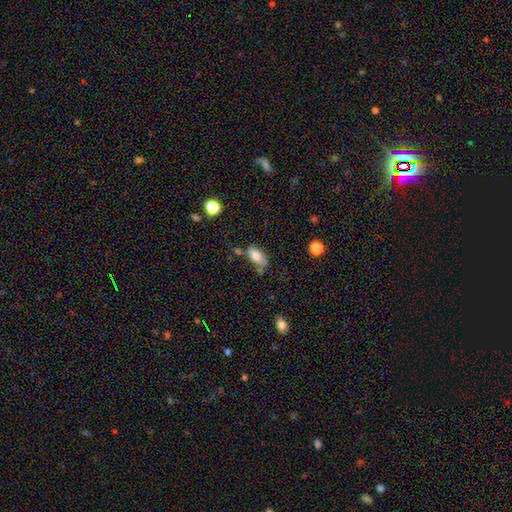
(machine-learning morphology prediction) Overall: smooth (77%). How rounded: in between (88%). Merging: none (47%; minor disturbance 26%).